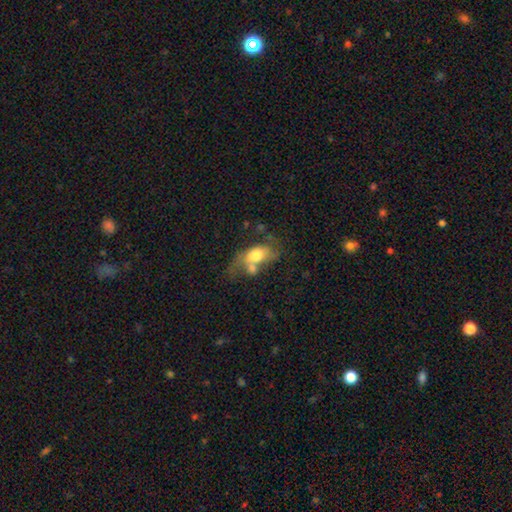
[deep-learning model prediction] Smooth or featured? Predicted: smooth (p=0.59). How rounded? Predicted: in between (p=0.84). Merging? Predicted: merger (p=0.41).